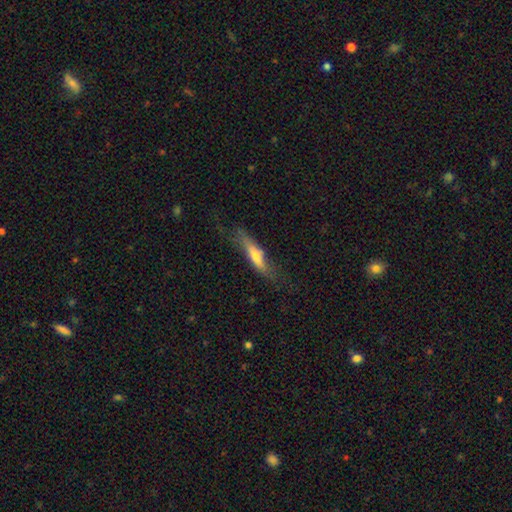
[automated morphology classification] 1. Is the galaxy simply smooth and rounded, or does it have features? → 49% smooth, 45% featured or disk, 7% star or artifact.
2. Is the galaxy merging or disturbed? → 63% none, 24% minor disturbance, 12% major disturbance, 2% merger.